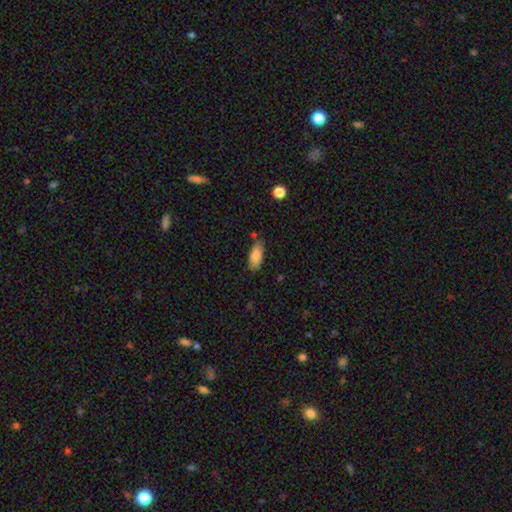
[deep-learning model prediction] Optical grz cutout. It shows a smooth galaxy with no disk features (86%) that is in between round and cigar-shaped (88%). Merging: none (70%).